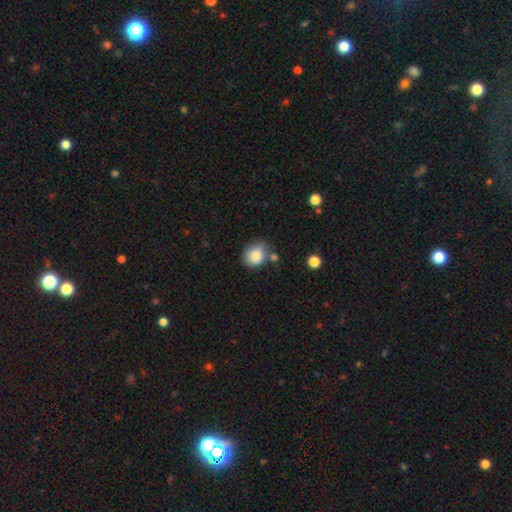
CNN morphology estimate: smooth 82%, star or artifact 9%, featured or disk 9%. Down the decision tree: how rounded — round (62%); merging — none (58%).